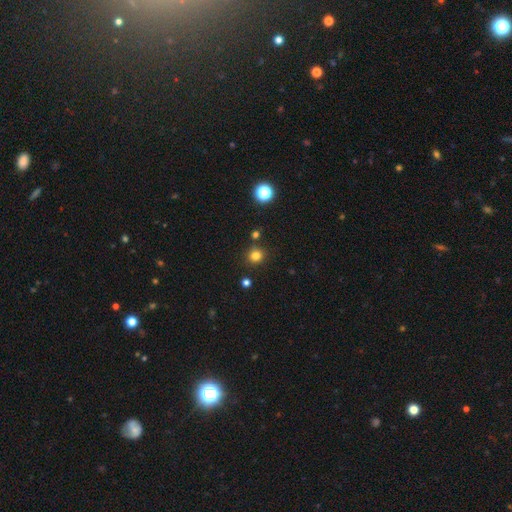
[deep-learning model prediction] Smooth or featured: smooth — 79% (star or artifact — 16%)
How rounded: round — 91% (in between — 8%)
Merging: none — 84% (minor disturbance — 8%)